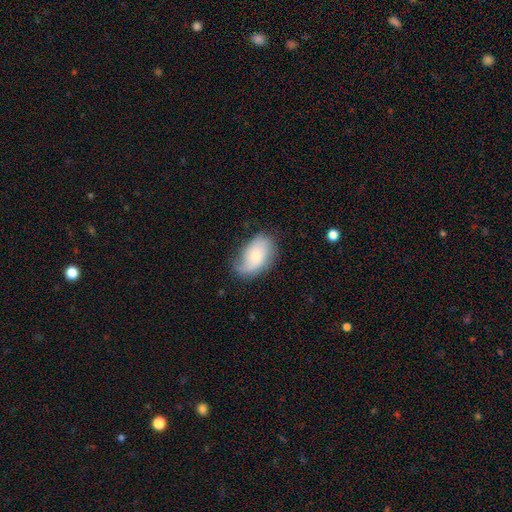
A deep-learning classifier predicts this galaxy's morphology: smooth_or_featured: smooth (p=0.53) [alt: featured or disk p=0.40]
how_rounded: in between (p=0.89) [alt: round p=0.10]
merging: none (p=0.61) [alt: minor disturbance p=0.28]